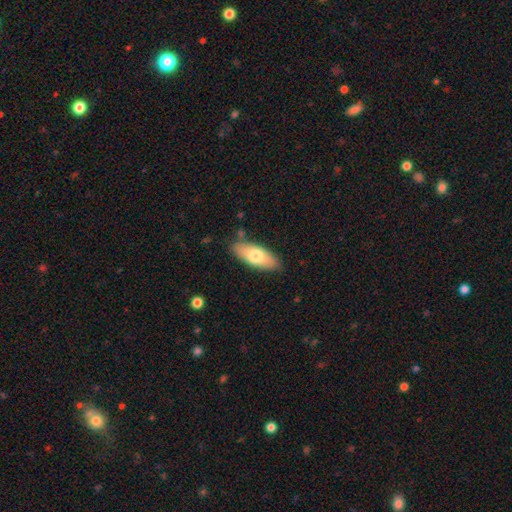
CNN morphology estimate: smooth_or_featured: smooth (p=0.70) [alt: featured or disk p=0.25]
how_rounded: in between (p=0.75) [alt: cigar-shaped p=0.23]
merging: none (p=0.83) [alt: minor disturbance p=0.12]